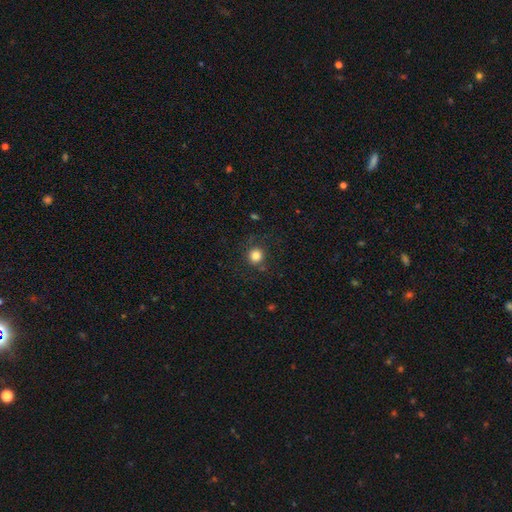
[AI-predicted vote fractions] Smooth or featured?
  - smooth: 81% *
  - star or artifact: 12%
  - featured or disk: 7%
How rounded?
  - round: 92% *
  - in between: 7%
  - cigar-shaped: 1%
Merging?
  - none: 82% *
  - minor disturbance: 11%
  - major disturbance: 5%
  - merger: 2%